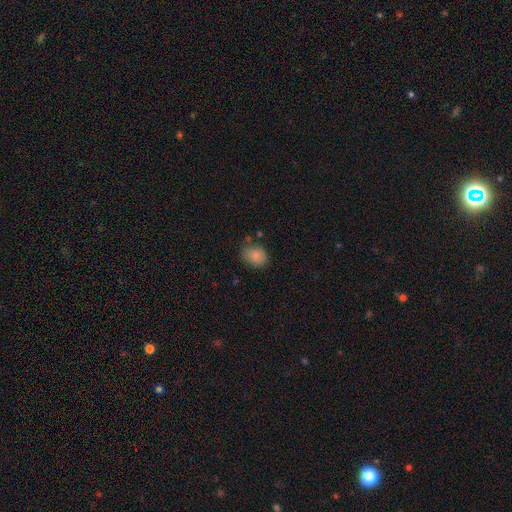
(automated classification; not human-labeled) Smooth or featured? Predicted: smooth (p=0.85). How rounded? Predicted: in between (p=0.53). Merging? Predicted: none (p=0.72).